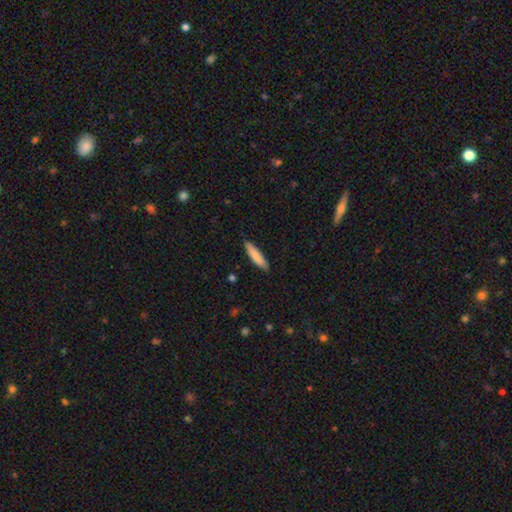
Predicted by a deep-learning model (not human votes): Morphology: type=smooth (84%); roundness=cigar-shaped (80%); merging=none (86%).